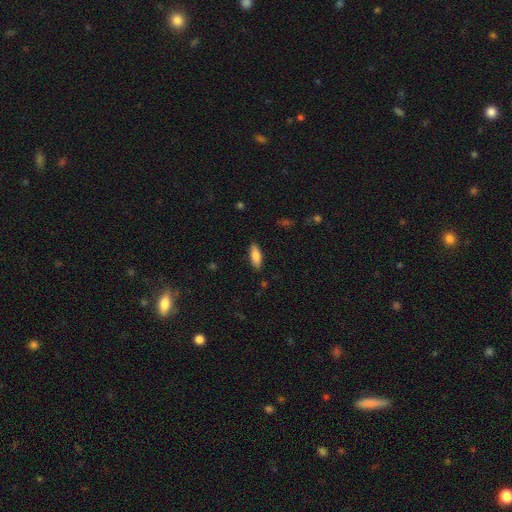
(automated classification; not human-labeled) A smooth galaxy with no disk features (82%) that is in between round and cigar-shaped (68%). Merging: none (87%).